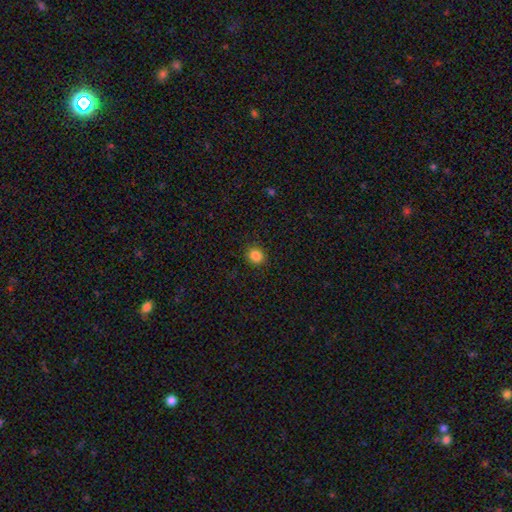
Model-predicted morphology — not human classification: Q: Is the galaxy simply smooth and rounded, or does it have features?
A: smooth — 85%.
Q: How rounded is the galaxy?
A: round — 83%.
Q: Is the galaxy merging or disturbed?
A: none — 91%.